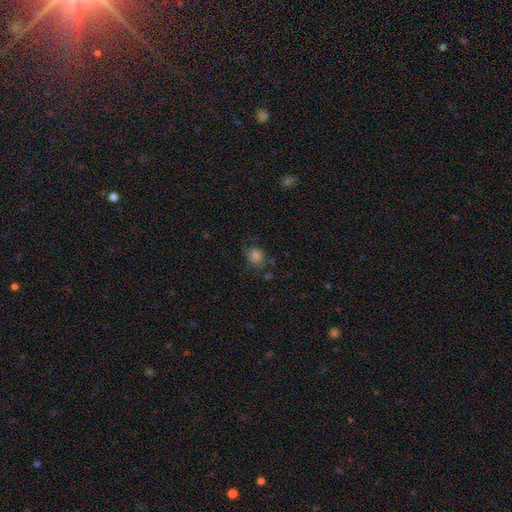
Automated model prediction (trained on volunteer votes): Smooth or featured? smooth (72%)
How rounded? round (60%)
Merging? none (60%)